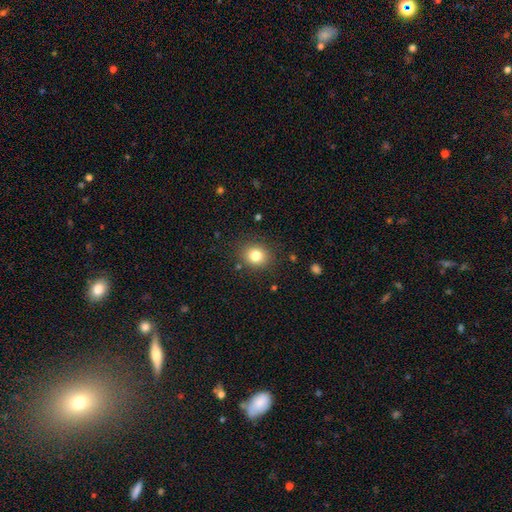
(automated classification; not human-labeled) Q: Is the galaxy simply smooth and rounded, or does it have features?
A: smooth — 80%.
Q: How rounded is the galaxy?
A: round — 77%.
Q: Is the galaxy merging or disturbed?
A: none — 87%.